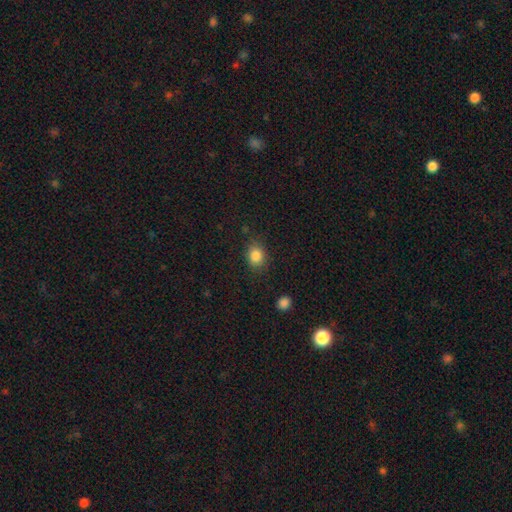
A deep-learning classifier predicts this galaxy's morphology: This appears to be a smooth galaxy with no disk features (85%) that is in between round and cigar-shaped (51%). Merging: none (82%).